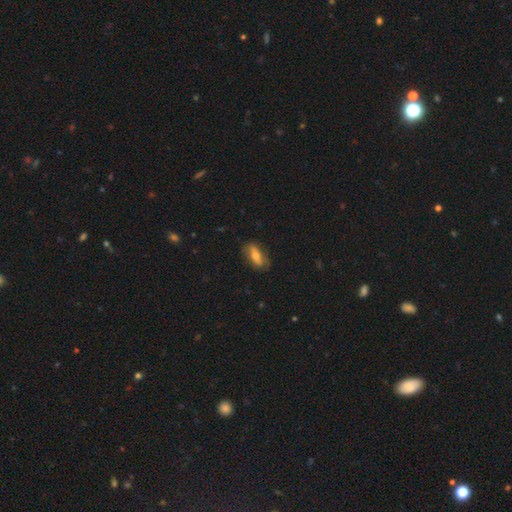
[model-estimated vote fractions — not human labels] Overall: smooth (56%; featured or disk 36%). How rounded: in between (71%). Merging: none (79%).